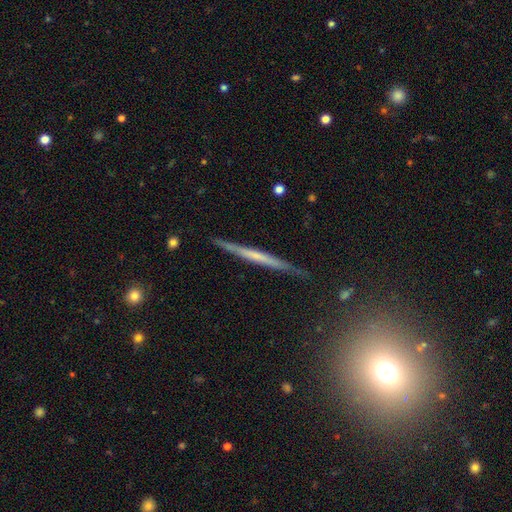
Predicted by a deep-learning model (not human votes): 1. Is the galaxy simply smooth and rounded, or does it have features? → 68% featured or disk, 24% smooth, 9% star or artifact.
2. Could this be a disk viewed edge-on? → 97% yes, 3% no.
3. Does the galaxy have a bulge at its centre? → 61% none, 30% rounded, 9% boxy.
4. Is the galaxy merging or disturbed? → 90% none, 7% minor disturbance, 2% major disturbance, 2% merger.